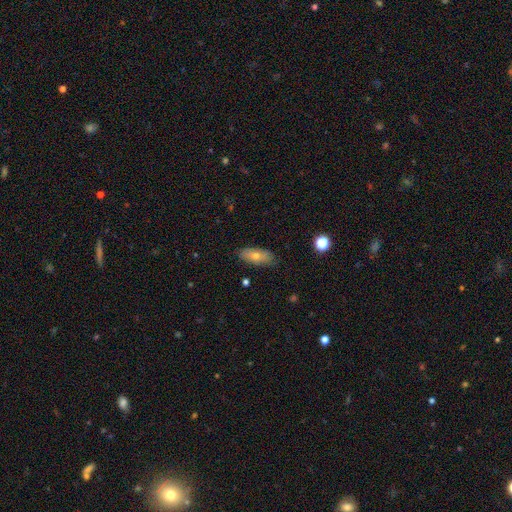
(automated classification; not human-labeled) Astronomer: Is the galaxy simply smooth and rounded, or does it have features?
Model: smooth — 63%.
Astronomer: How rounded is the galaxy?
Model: in between — 73%.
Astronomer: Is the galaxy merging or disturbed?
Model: none — 84%.